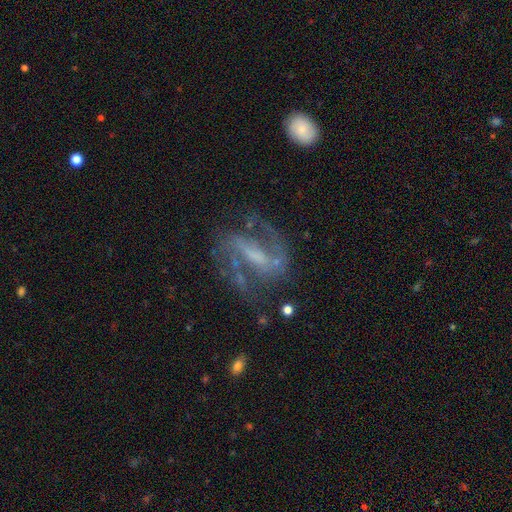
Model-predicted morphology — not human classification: type=featured or disk (88%); edge-on=no (96%); bar=strong (58%); spiral arms=yes (96%); winding=medium (57%); arm count=2 (90%); bulge=small (35%, tied with none); merging=none (69%).